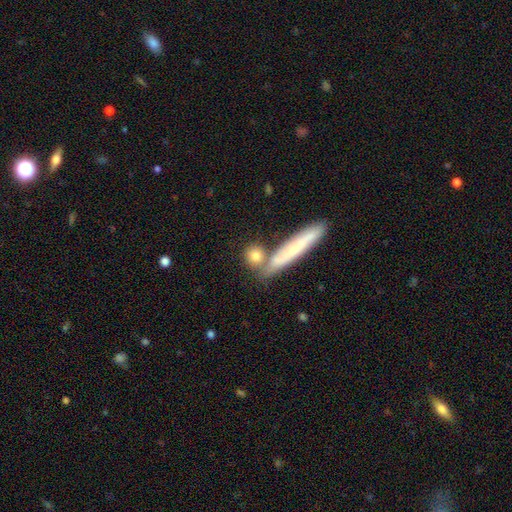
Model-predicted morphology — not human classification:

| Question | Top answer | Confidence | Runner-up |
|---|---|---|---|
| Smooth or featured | smooth | 77% | featured or disk (15%) |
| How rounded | round | 57% | cigar-shaped (25%) |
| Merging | none | 64% | merger (21%) |